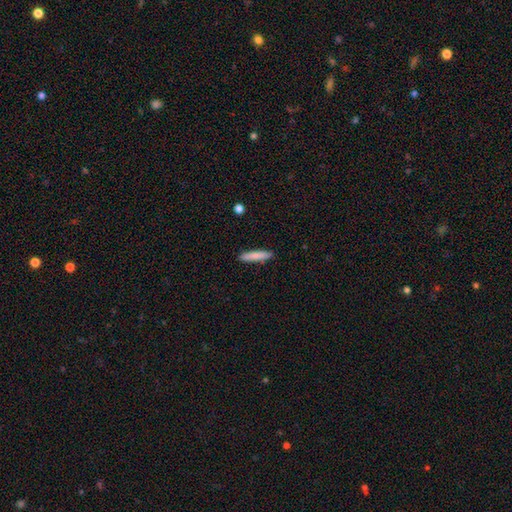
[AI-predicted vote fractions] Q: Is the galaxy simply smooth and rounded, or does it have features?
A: smooth — 82%.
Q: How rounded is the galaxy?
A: cigar-shaped — 89%.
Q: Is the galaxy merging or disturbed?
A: none — 88%.